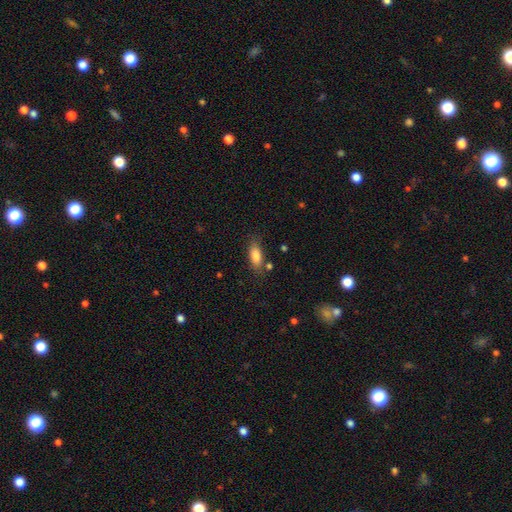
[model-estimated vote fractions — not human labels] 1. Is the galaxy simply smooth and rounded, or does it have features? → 82% smooth, 11% featured or disk, 8% star or artifact.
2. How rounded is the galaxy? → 80% in between, 17% cigar-shaped, 3% round.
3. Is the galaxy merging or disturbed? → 74% none, 16% minor disturbance, 5% merger, 5% major disturbance.